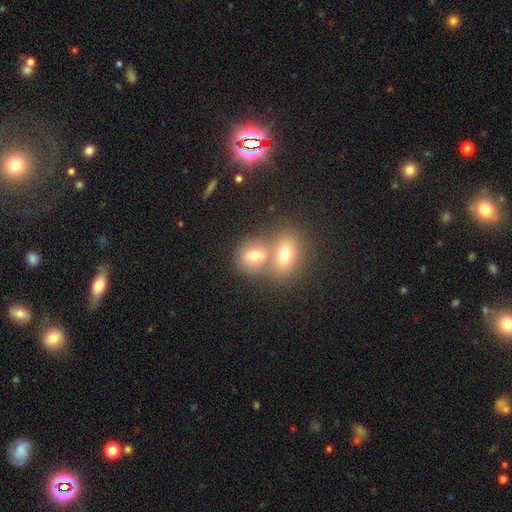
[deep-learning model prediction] Overall: smooth (67%). How rounded: round (58%; in between 41%). Merging: merger (54%; none 36%).